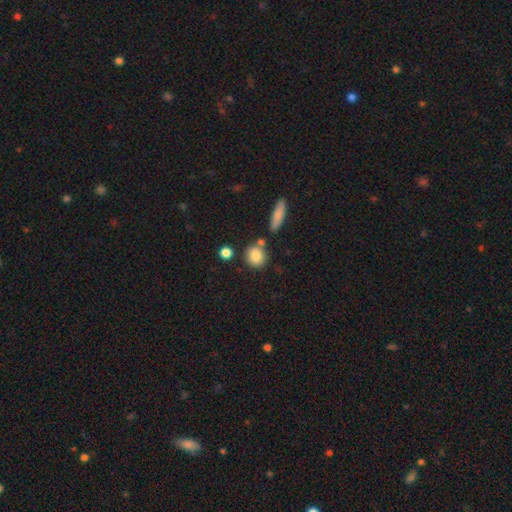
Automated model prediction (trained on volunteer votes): Smooth or featured: smooth — 85% (star or artifact — 8%)
How rounded: round — 79% (in between — 18%)
Merging: none — 73% (merger — 12%)